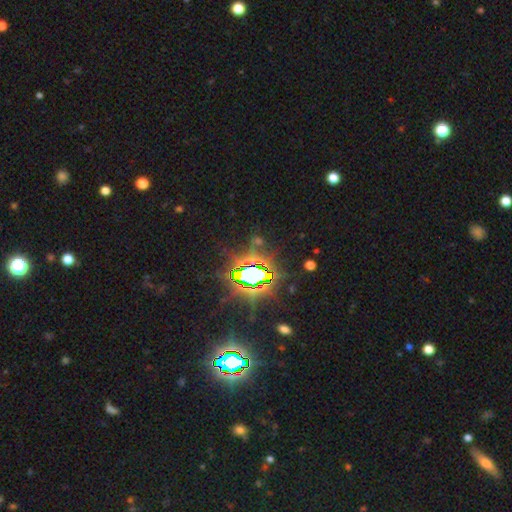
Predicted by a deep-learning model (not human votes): Overall: star or artifact (84%).